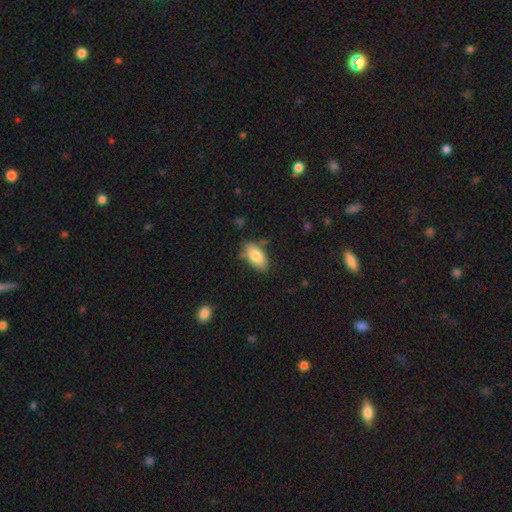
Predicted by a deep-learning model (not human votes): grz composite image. It shows a smooth galaxy with no disk features (83%) that is in between round and cigar-shaped (92%). Merging: none (70%).